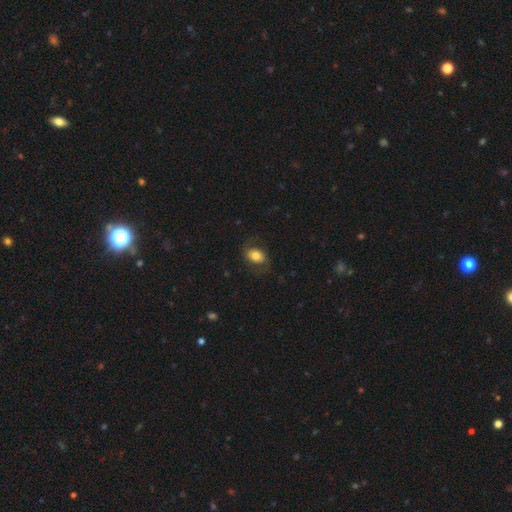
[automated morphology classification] A smooth galaxy with no disk features (69%) that is in between round and cigar-shaped (75%). Merging: none (72%).